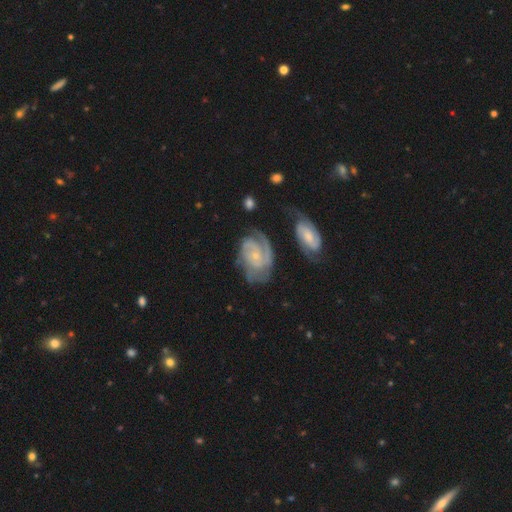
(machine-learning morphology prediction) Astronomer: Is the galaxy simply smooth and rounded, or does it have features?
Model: featured or disk — 85%.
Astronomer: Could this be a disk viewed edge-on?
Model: no — 97%.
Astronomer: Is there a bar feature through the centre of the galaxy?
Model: no — 68%.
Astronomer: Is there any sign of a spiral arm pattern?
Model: yes — 96%.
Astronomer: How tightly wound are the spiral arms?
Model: tight — 56% (runner-up: medium, 35%).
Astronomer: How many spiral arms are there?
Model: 2 — 48%.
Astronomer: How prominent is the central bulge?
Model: small — 77%.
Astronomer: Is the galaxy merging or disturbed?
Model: none — 56%.